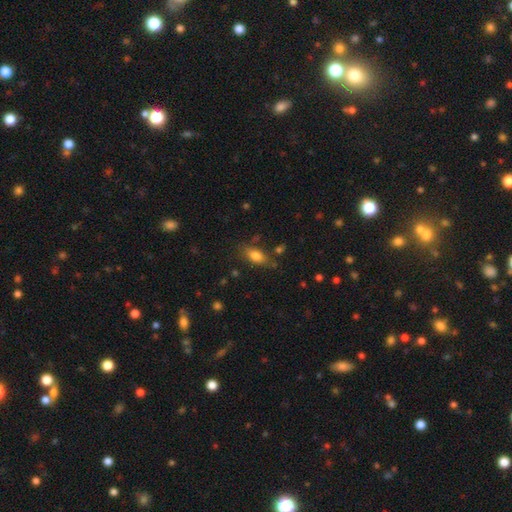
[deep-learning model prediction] smooth_or_featured: smooth (p=0.78) [alt: featured or disk p=0.13]
how_rounded: in between (p=0.82) [alt: cigar-shaped p=0.12]
merging: none (p=0.71) [alt: minor disturbance p=0.19]